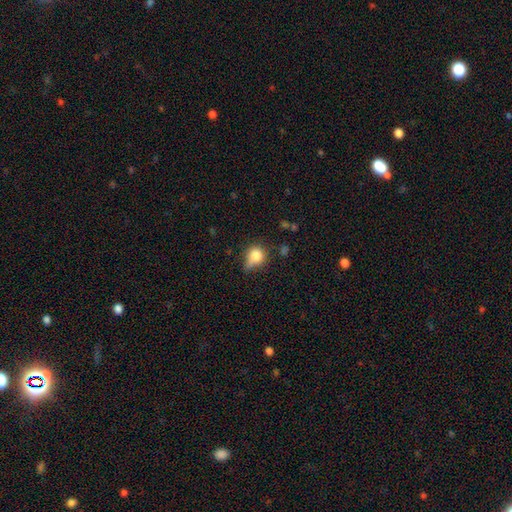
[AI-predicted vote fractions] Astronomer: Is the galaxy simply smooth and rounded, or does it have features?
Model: smooth — 76%.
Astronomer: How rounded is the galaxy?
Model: round — 69%.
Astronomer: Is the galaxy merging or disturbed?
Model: none — 38% (runner-up: minor disturbance, 37%).